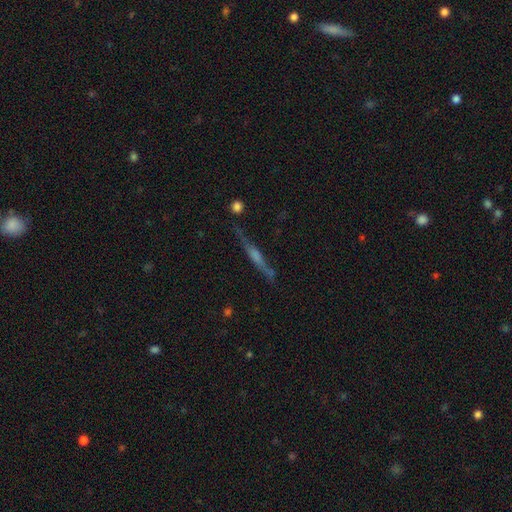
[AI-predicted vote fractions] smooth_or_featured: featured or disk (p=0.70) [alt: smooth p=0.21]
disk_edge_on: yes (p=0.95) [alt: no p=0.05]
edge_on_bulge: rounded (p=0.47) [alt: boxy p=0.26]
merging: none (p=0.78) [alt: minor disturbance p=0.14]